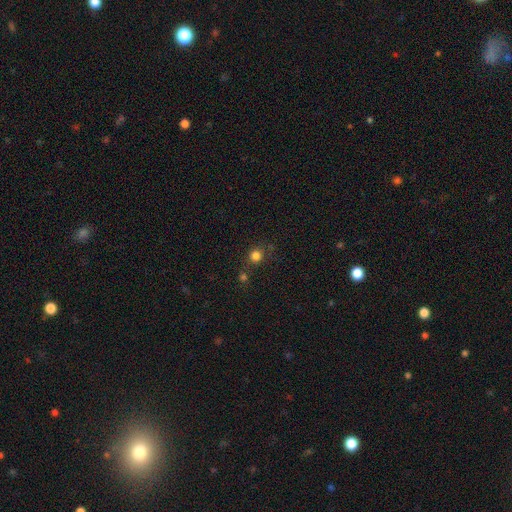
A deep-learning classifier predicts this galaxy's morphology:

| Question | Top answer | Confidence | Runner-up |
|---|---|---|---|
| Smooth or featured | smooth | 78% | star or artifact (16%) |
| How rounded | round | 88% | in between (11%) |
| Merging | none | 72% | merger (12%) |